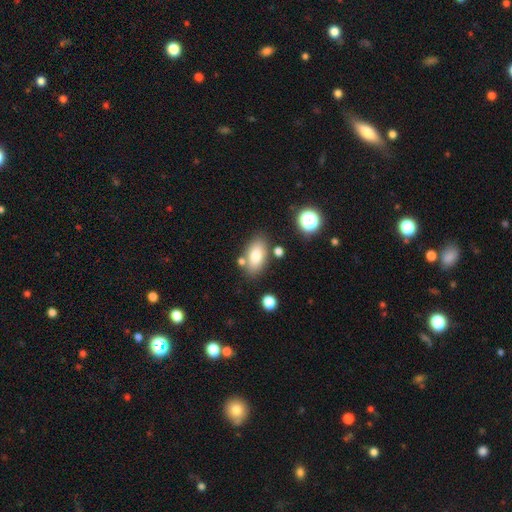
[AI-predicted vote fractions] The model was most divided on "merging": none: 75%, minor disturbance: 13%, merger: 9%, major disturbance: 4%. More confident: how rounded — in between (90%); smooth or featured — smooth (78%).